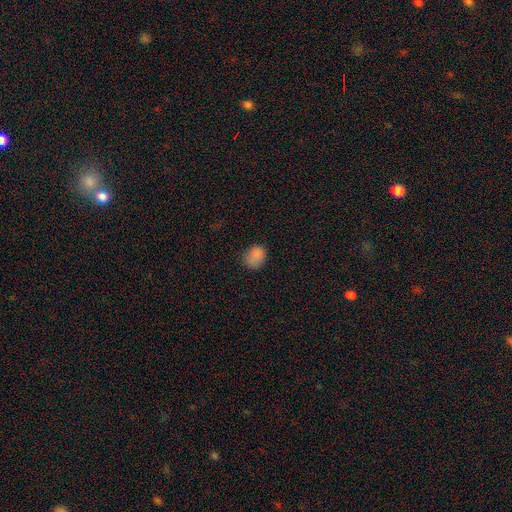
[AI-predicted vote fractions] This is clearly a smooth galaxy (83%). How rounded: possibly round (50%). Merging: likely none (71%).